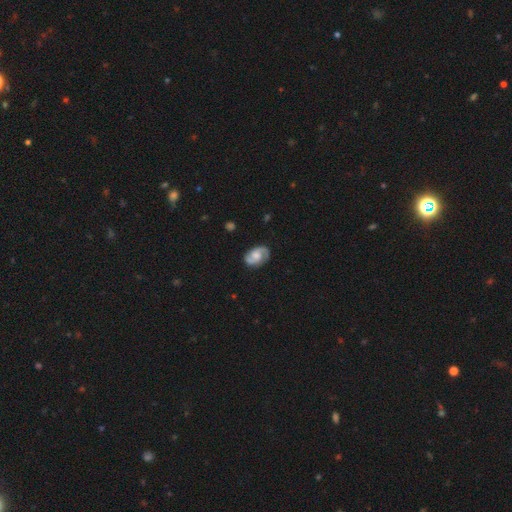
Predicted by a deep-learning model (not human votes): This appears to be a featured or disk galaxy (78%) with no bar (57%), 2 (91%) medium (50%) spiral arms (96%) and a moderate central bulge (43%). Merging: none (82%).